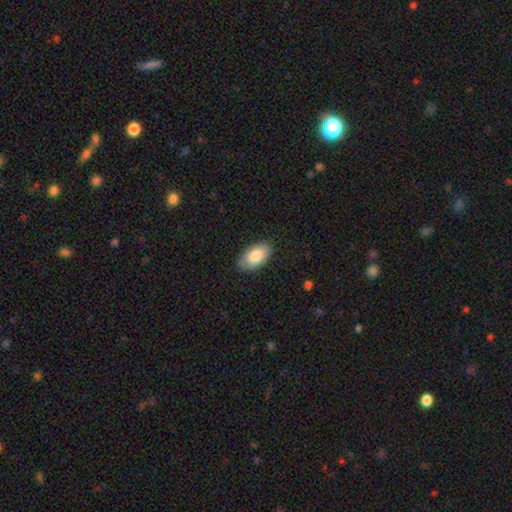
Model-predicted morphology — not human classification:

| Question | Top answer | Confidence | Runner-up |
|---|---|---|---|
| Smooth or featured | smooth | 85% | featured or disk (10%) |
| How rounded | in between | 95% | round (3%) |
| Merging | none | 85% | minor disturbance (11%) |